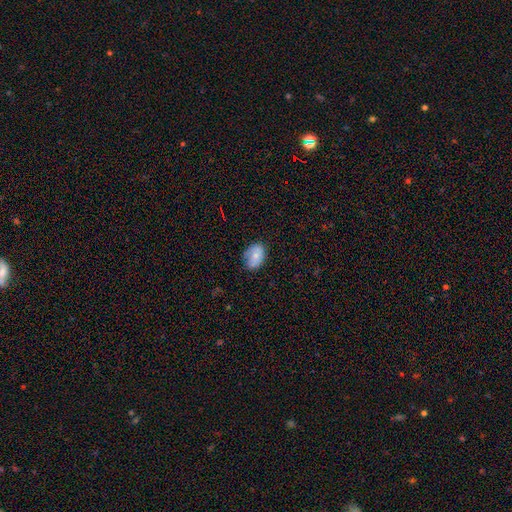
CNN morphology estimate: smooth 69%, featured or disk 23%, star or artifact 8%. Down the decision tree: how rounded — in between (80%); merging — none (65%).